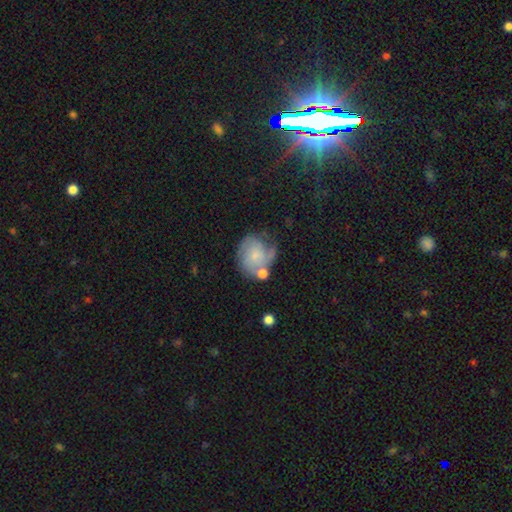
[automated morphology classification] Overall: featured or disk (61%; smooth 32%). Edge-on disk: no (98%). Bar: no (73%). Spiral arms: yes (85%). Spiral arm count: can't tell (33%; 2 32%). Spiral winding: tight (45%; medium 38%). Bulge size: small (68%). Merging: none (43%; minor disturbance 24%).